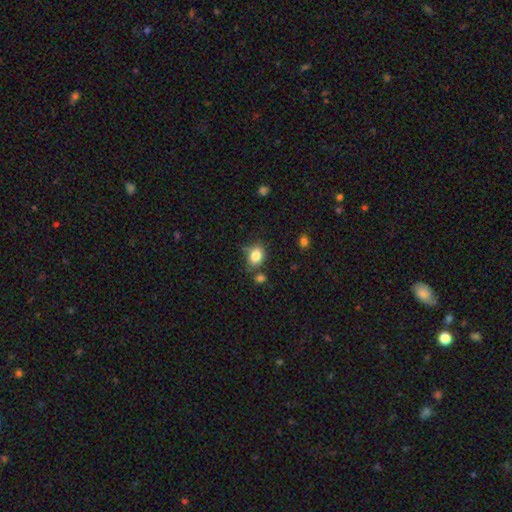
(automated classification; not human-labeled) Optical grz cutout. It shows a smooth galaxy with no disk features (83%) that is in between round and cigar-shaped (61%). Merging: none (67%).